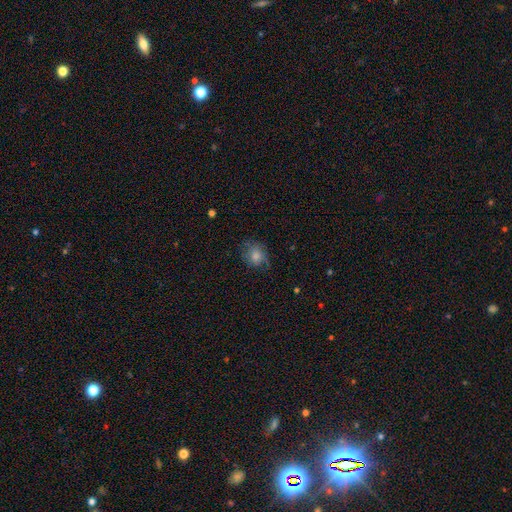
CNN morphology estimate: Smooth or featured?
  - smooth: 66% *
  - featured or disk: 21%
  - star or artifact: 12%
How rounded?
  - round: 63% *
  - in between: 35%
  - cigar-shaped: 1%
Merging?
  - none: 62% *
  - minor disturbance: 25%
  - major disturbance: 11%
  - merger: 1%